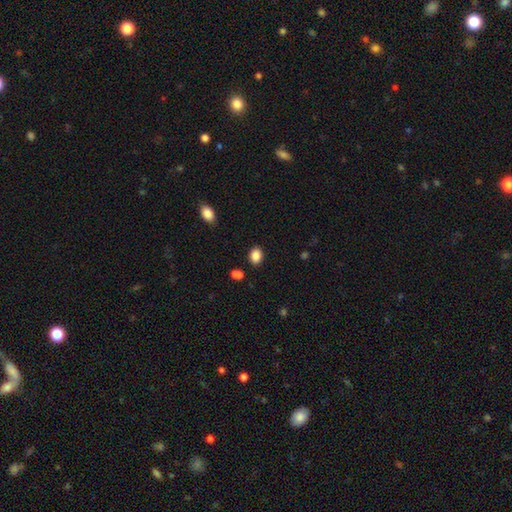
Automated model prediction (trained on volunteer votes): This appears to be a smooth galaxy with no disk features (87%) that is in between round and cigar-shaped (72%). Merging: none (84%).